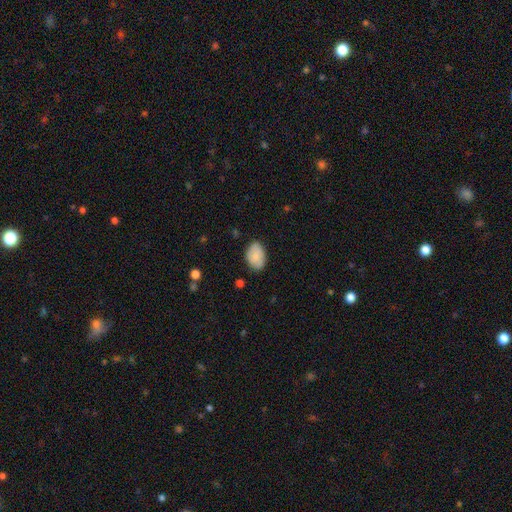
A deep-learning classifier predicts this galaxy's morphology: type=smooth (74%); roundness=in between (85%); merging=none (74%).